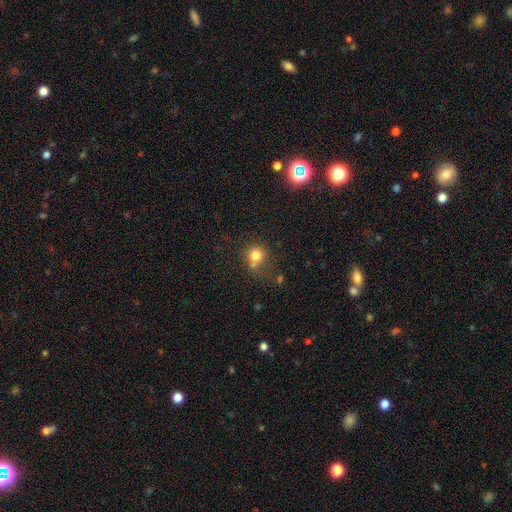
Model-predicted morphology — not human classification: A smooth galaxy with no disk features (78%) that is round (88%). Merging: none (61%).